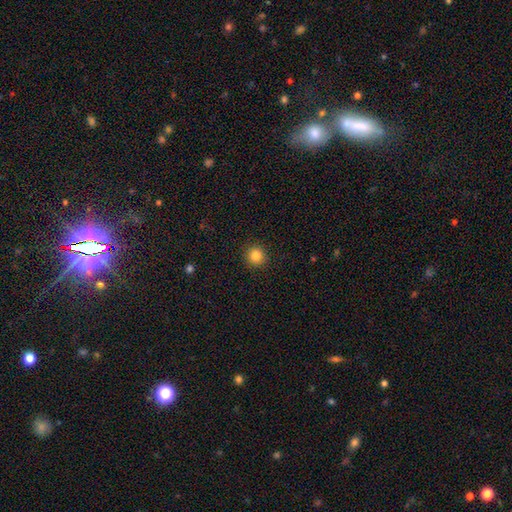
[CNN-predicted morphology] Q: Smooth or featured?
A: smooth (84%); runner-up: star or artifact (11%)
Q: How rounded?
A: round (94%); runner-up: in between (5%)
Q: Merging?
A: none (92%); runner-up: minor disturbance (5%)